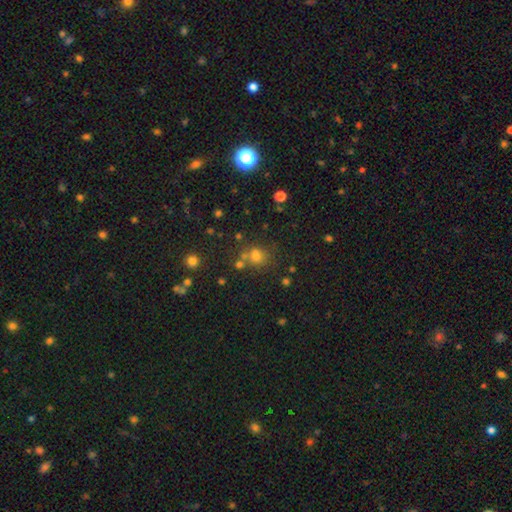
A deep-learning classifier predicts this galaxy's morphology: Smooth or featured?
  - smooth: 60% *
  - star or artifact: 30%
  - featured or disk: 10%
How rounded?
  - round: 77% *
  - in between: 21%
  - cigar-shaped: 1%
Merging?
  - none: 61% *
  - merger: 23%
  - minor disturbance: 11%
  - major disturbance: 5%